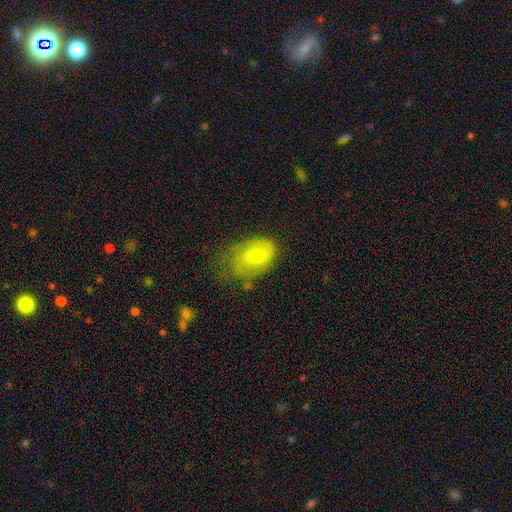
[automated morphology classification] A smooth galaxy with no disk features (53%) that is in between round and cigar-shaped (82%).

Vote fractions:
- Smooth or featured? smooth: 53% / featured or disk: 39% / star or artifact: 8%
- How rounded? in between: 82% / round: 16% / cigar-shaped: 2%
- Merging? none: 47% / minor disturbance: 34% / major disturbance: 17% / merger: 3%